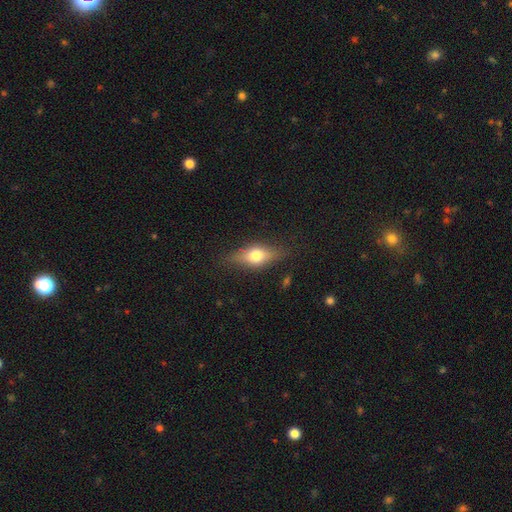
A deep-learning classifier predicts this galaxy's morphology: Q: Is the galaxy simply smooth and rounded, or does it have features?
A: smooth — 52%.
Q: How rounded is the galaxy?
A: in between — 67%.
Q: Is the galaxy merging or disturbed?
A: none — 79%.